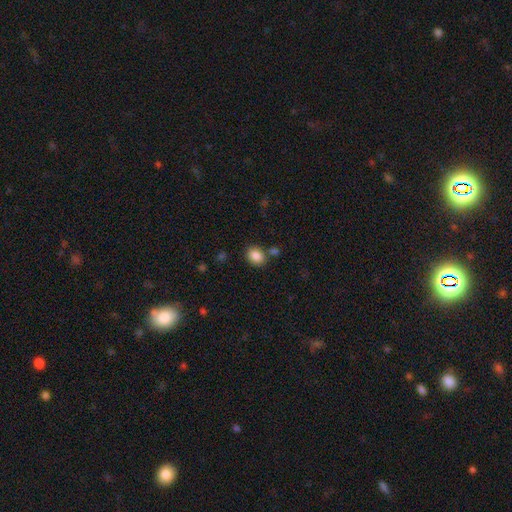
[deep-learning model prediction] A smooth galaxy with no disk features (86%) that is round (51%).

Vote fractions:
- Smooth or featured? smooth: 86% / star or artifact: 9% / featured or disk: 5%
- How rounded? round: 51% / in between: 48% / cigar-shaped: 1%
- Merging? none: 76% / minor disturbance: 10% / merger: 10% / major disturbance: 3%